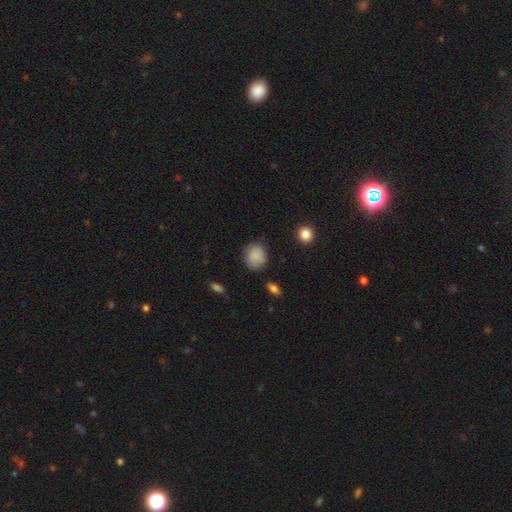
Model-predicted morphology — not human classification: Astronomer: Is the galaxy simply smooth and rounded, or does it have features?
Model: smooth — 86%.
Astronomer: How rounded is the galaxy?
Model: round — 70%.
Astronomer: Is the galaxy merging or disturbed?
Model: none — 78%.